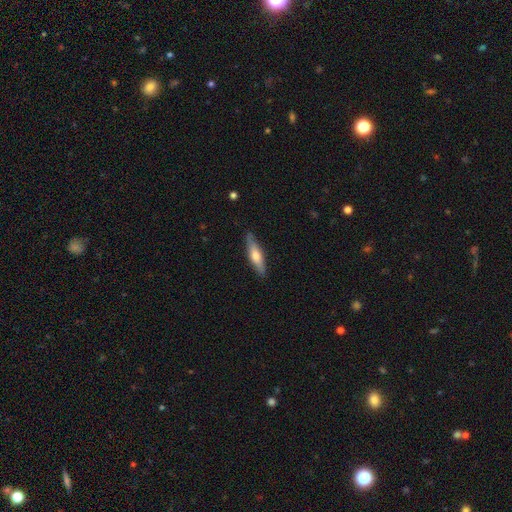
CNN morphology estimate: smooth 57%, featured or disk 38%, star or artifact 5%. Down the decision tree: how rounded — cigar-shaped (75%); merging — none (85%).